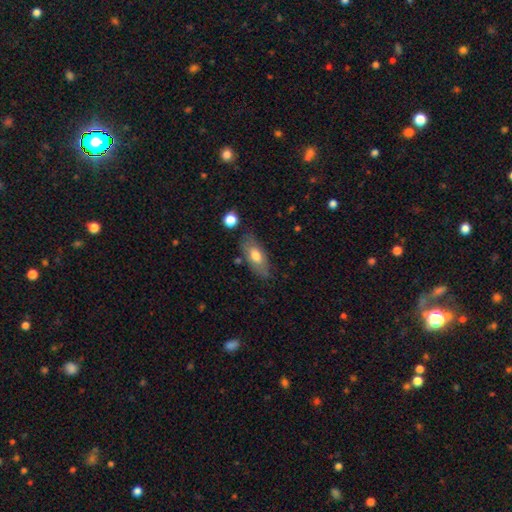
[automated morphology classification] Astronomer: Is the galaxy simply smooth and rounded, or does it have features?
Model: smooth — 66%.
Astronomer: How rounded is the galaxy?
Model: in between — 84%.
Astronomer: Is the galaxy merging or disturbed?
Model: none — 73%.